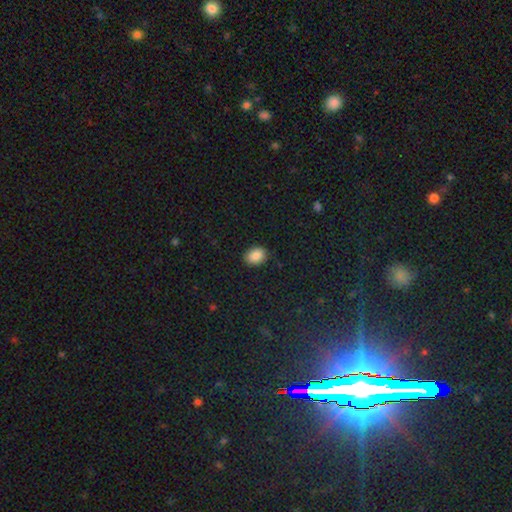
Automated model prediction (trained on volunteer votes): A smooth galaxy with no disk features (88%) that is in between round and cigar-shaped (69%). Merging: none (88%).